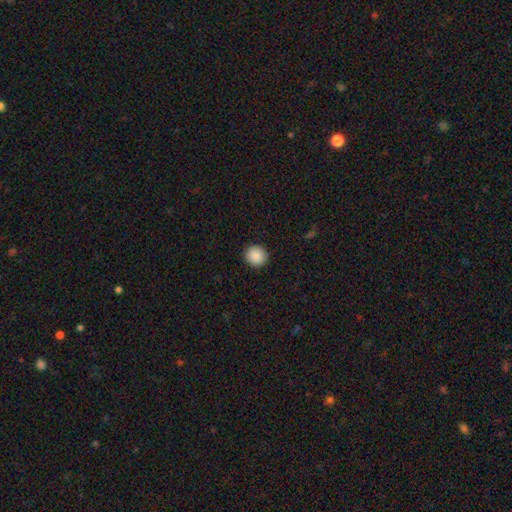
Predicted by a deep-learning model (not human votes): Overall: smooth (89%). How rounded: round (92%). Merging: none (92%).